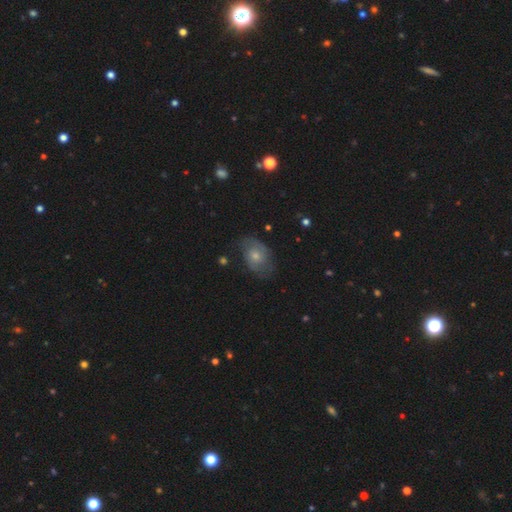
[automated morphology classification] The model was most divided on "smooth or featured": featured or disk: 49%, smooth: 42%, star or artifact: 9%. More confident: merging — none (62%).